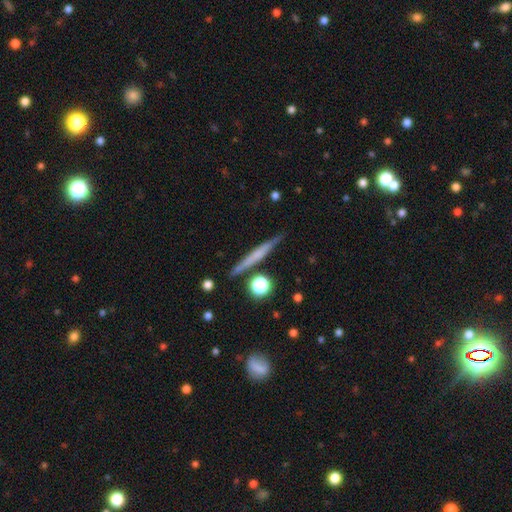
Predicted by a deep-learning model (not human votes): Overall: featured or disk (52%; smooth 41%). Edge-on disk: yes (96%). Merging: none (86%).